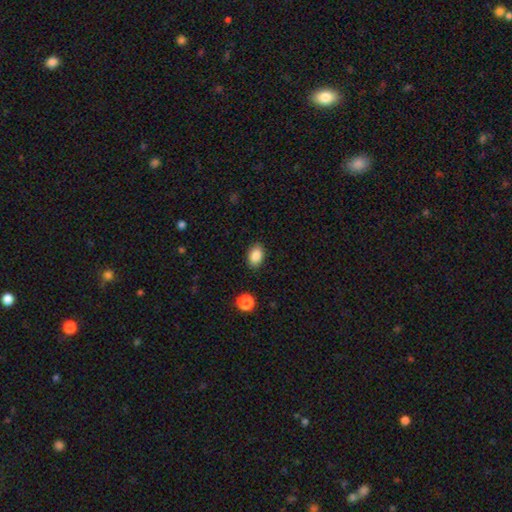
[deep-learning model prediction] smooth 87%, star or artifact 9%, featured or disk 4%. Down the decision tree: how rounded — in between (83%); merging — none (87%).